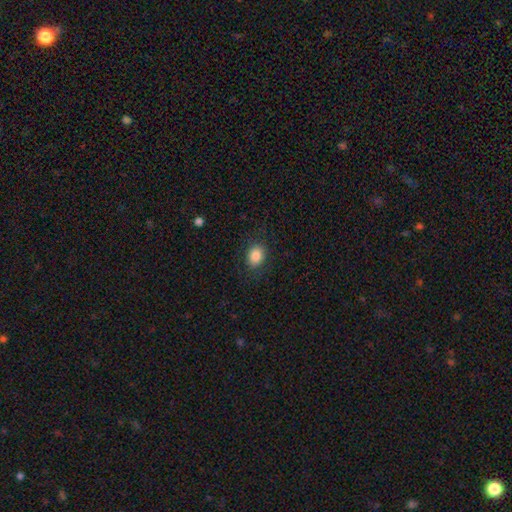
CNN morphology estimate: Smooth or featured? Predicted: smooth (p=0.85). How rounded? Predicted: in between (p=0.60). Merging? Predicted: none (p=0.85).